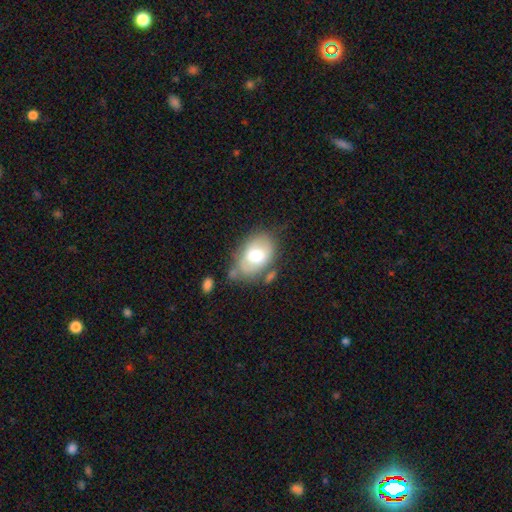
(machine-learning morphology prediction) Overall: smooth (62%; featured or disk 31%). How rounded: in between (83%). Merging: none (54%; minor disturbance 24%).